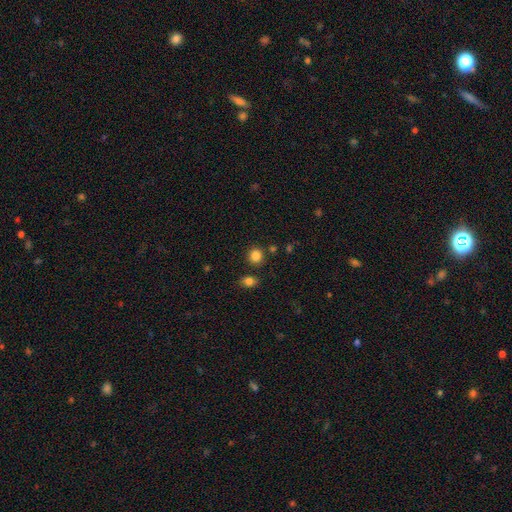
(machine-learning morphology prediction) type=smooth (84%); roundness=round (87%); merging=none (84%).